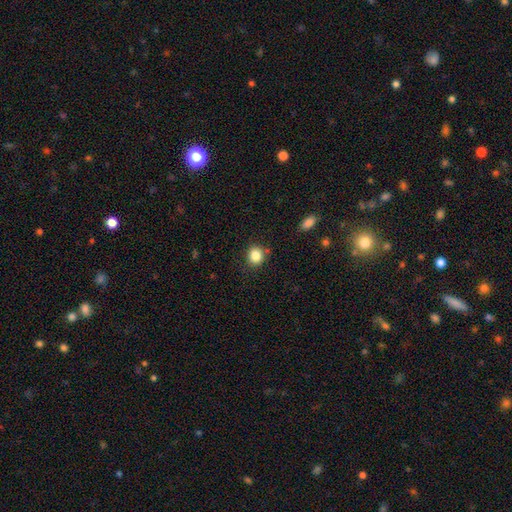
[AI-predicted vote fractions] Q: Smooth or featured?
A: smooth (85%); runner-up: star or artifact (10%)
Q: How rounded?
A: round (81%); runner-up: in between (18%)
Q: Merging?
A: none (82%); runner-up: minor disturbance (11%)